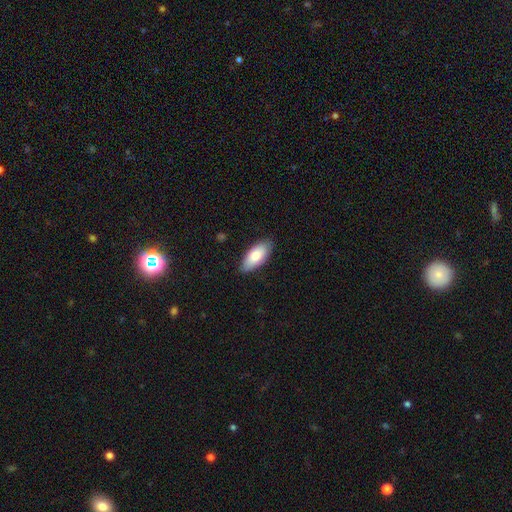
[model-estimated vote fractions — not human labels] Overall: smooth (78%). How rounded: in between (89%). Merging: none (85%).